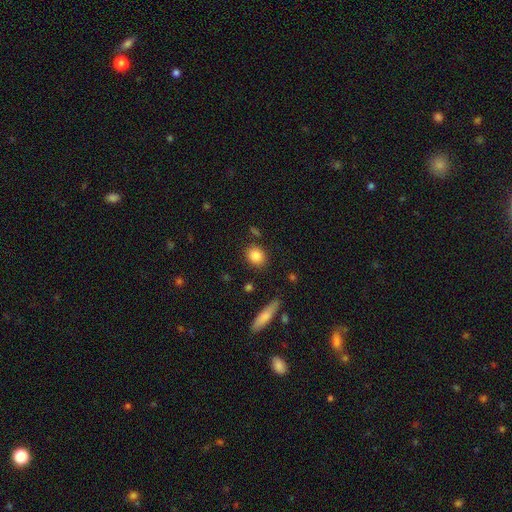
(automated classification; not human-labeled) A smooth galaxy with no disk features (85%) that is round (62%).

Vote fractions:
- Smooth or featured? smooth: 85% / star or artifact: 9% / featured or disk: 7%
- How rounded? round: 62% / in between: 36% / cigar-shaped: 2%
- Merging? none: 85% / minor disturbance: 9% / merger: 3% / major disturbance: 3%